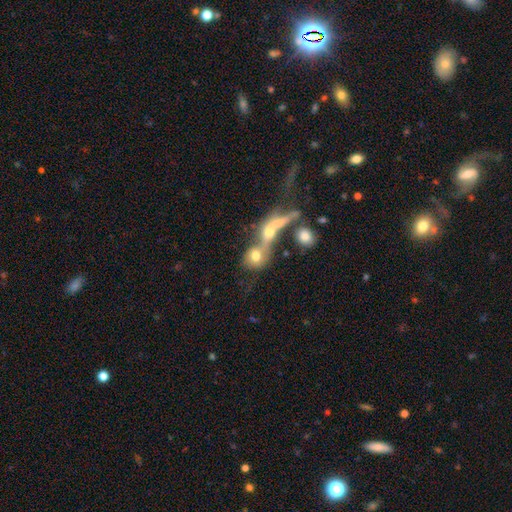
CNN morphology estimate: This appears to be a smooth galaxy with no disk features (67%) that is round (64%). Merging: merger (62%).